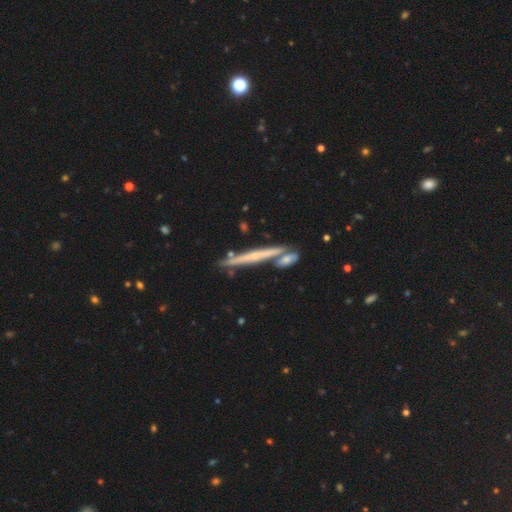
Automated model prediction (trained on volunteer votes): Smooth or featured? featured or disk (62%)
Edge-on disk? yes (94%)
Edge-on bulge? none (69%)
Merging? none (69%)